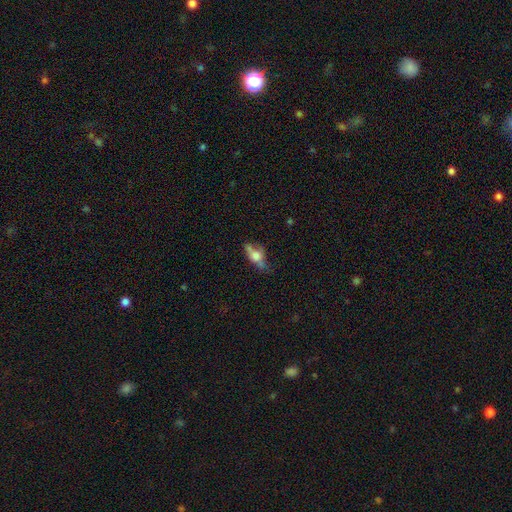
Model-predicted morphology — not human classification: A smooth galaxy with no disk features (50%). Merging: none (45%).